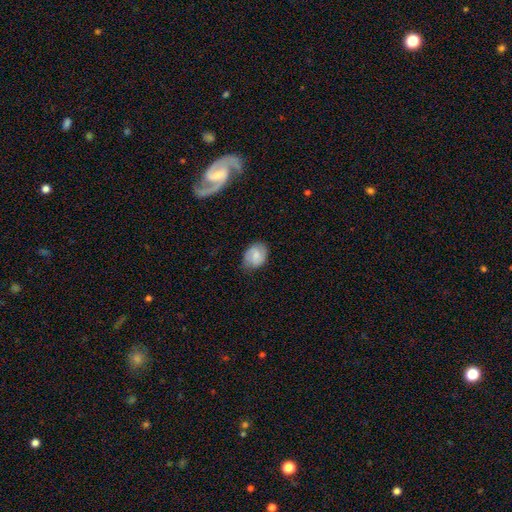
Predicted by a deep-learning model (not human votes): This is likely a smooth galaxy (65%). How rounded: likely in between (63%). Merging: likely none (74%).